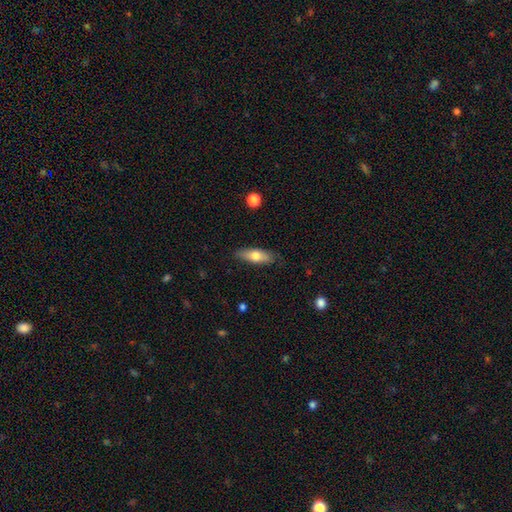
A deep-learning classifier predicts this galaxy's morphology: This appears to be a smooth galaxy with no disk features (66%) that is in between round and cigar-shaped (59%). Merging: none (82%).